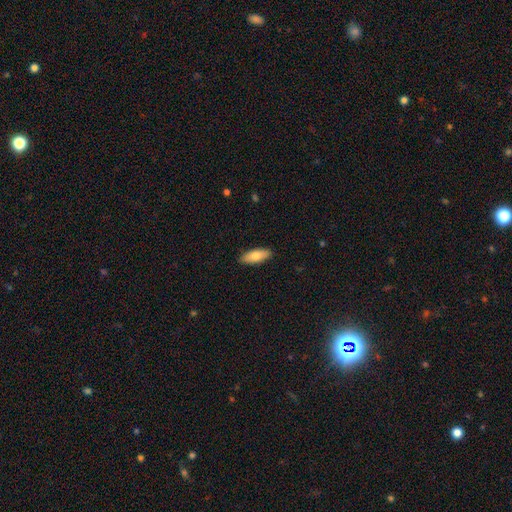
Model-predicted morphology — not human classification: This appears to be a smooth galaxy with no disk features (76%) that is in between round and cigar-shaped (70%). Merging: none (89%).